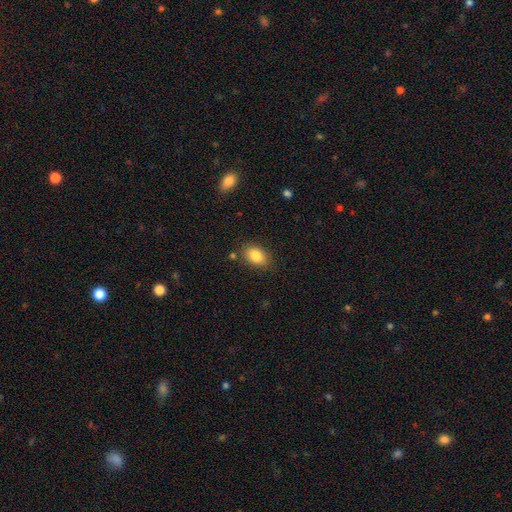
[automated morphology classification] Overall: smooth (85%). How rounded: in between (85%). Merging: none (81%).